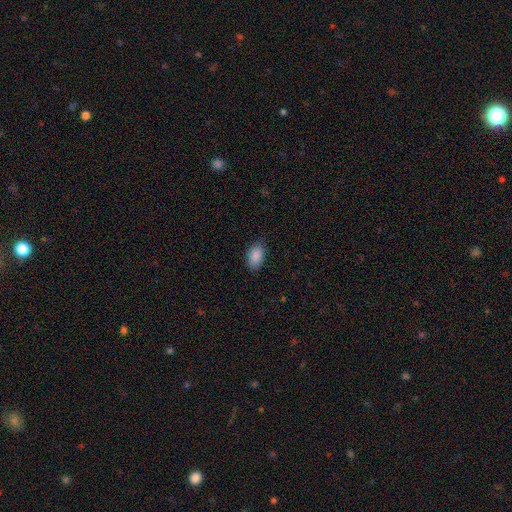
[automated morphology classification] smooth-or-featured: smooth: 89% | star or artifact: 7% | featured or disk: 4%
  how-rounded: in between: 92% | round: 6% | cigar-shaped: 2%
  merging: none: 81% | minor disturbance: 15% | major disturbance: 3% | merger: 1%